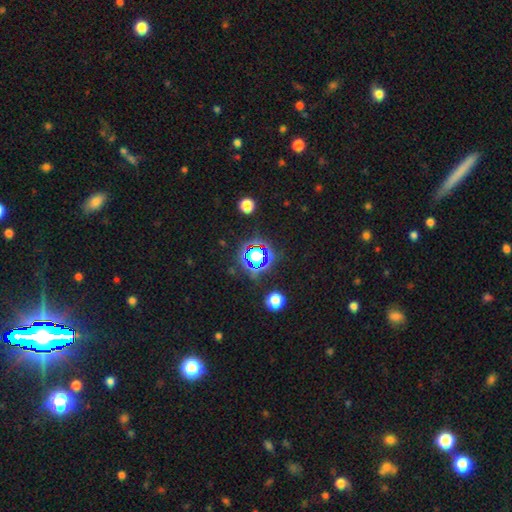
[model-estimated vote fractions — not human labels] This is likely a star or artifact rather than a galaxy (66%).